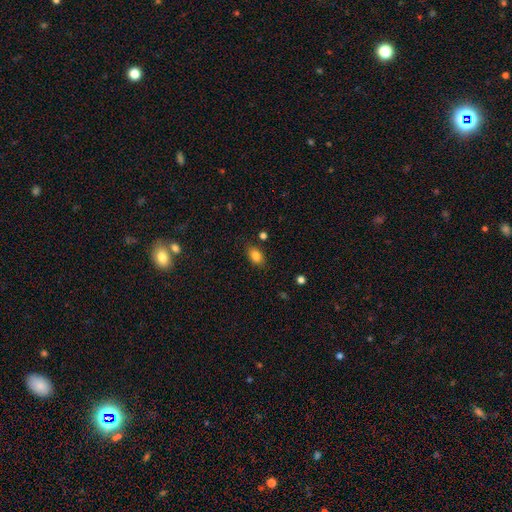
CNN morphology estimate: Smooth or featured?
  - smooth: 83% *
  - star or artifact: 10%
  - featured or disk: 7%
How rounded?
  - in between: 83% *
  - round: 15%
  - cigar-shaped: 2%
Merging?
  - none: 81% *
  - minor disturbance: 13%
  - major disturbance: 3%
  - merger: 3%